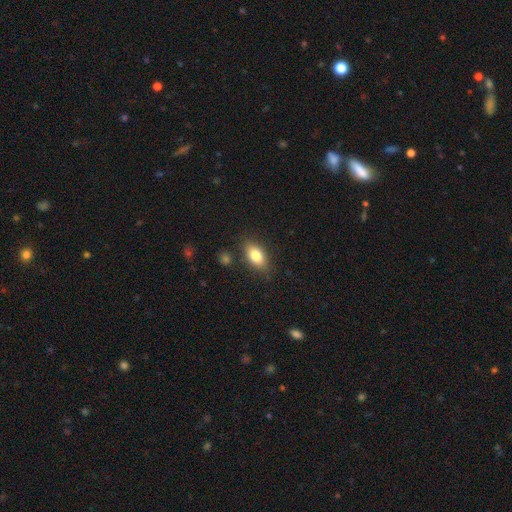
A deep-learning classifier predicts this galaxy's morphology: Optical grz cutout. It shows a smooth galaxy with no disk features (80%) that is in between round and cigar-shaped (88%). Merging: none (81%).